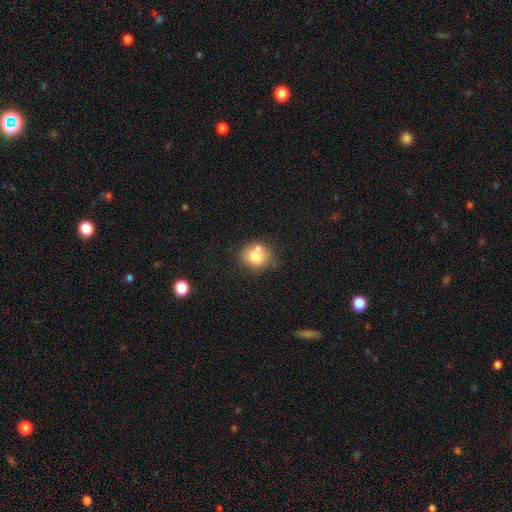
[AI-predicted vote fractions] Overall: smooth (75%). How rounded: round (75%). Merging: none (56%; merger 22%).